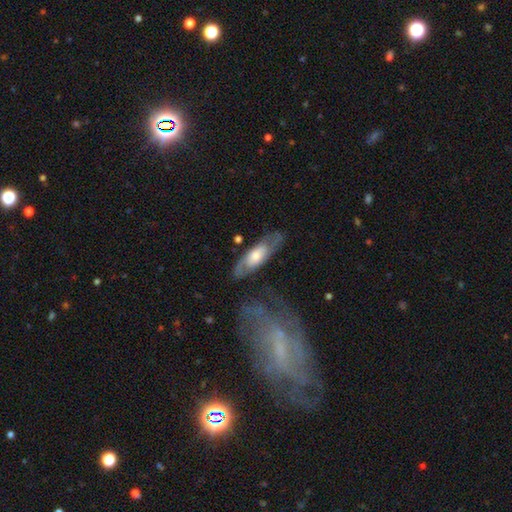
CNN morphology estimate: This appears to be a featured or disk galaxy (59%). Merging: none (74%).